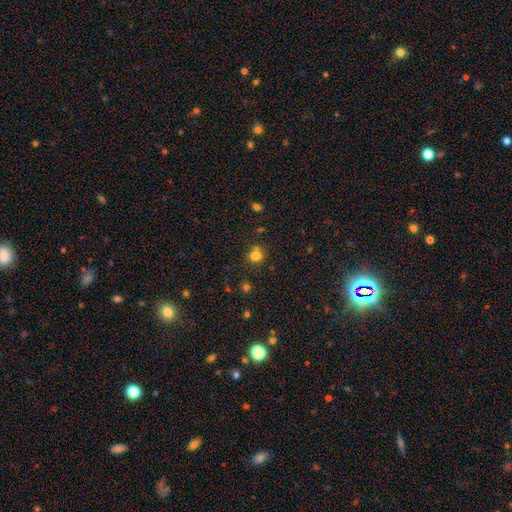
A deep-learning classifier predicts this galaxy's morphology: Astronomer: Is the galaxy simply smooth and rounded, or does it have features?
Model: smooth — 77%.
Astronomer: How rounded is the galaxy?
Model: round — 74%.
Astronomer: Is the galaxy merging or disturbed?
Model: none — 62%.